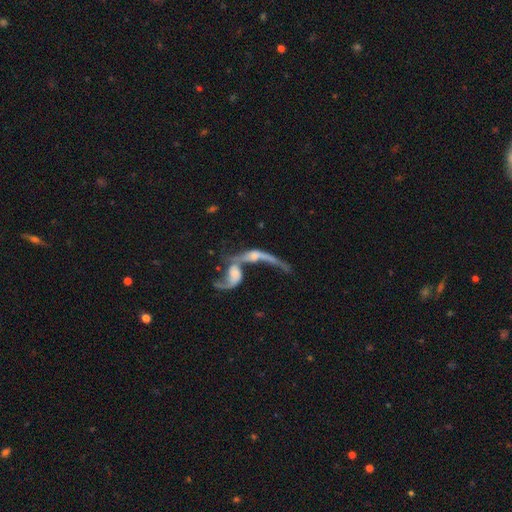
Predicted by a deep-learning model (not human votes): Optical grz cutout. It shows a featured or disk galaxy (67%) with no bar (68%), spiral arms (64%) and no central bulge (38%). Merging: merger (73%).